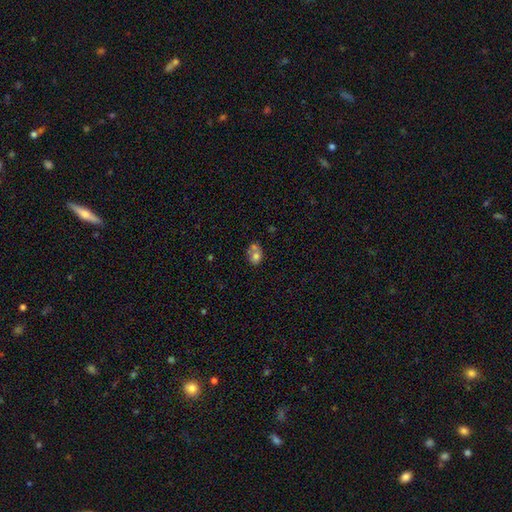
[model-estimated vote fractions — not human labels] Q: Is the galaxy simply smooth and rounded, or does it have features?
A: smooth — 67%.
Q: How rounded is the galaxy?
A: in between — 55%.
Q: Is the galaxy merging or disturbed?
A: merger — 46%.